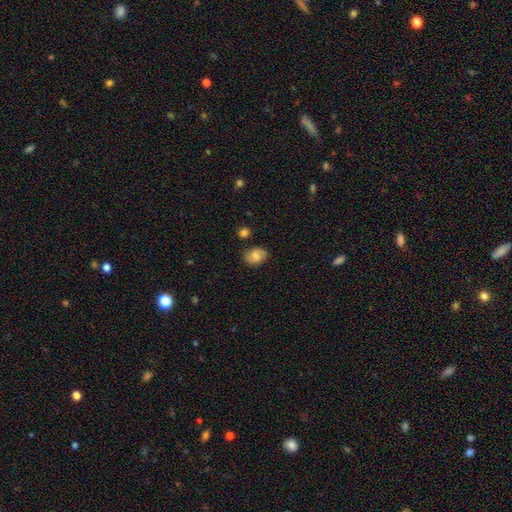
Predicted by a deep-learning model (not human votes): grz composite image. It shows a smooth galaxy with no disk features (72%) that is in between round and cigar-shaped (70%). Merging: none (77%).